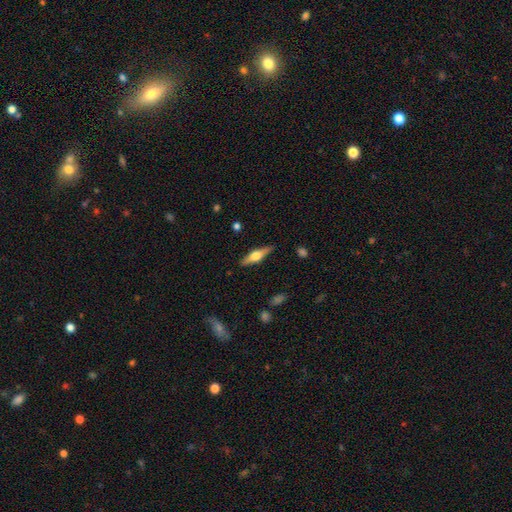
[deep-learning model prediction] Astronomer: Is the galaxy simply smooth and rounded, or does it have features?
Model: featured or disk — 60%.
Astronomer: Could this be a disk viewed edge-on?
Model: yes — 96%.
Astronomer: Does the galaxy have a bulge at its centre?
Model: rounded — 91%.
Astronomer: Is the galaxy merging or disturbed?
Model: none — 88%.